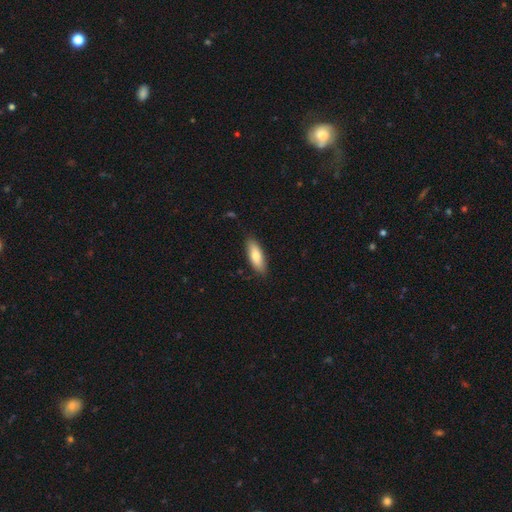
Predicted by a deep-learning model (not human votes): Morphology: type=smooth (76%); roundness=in between (64%); merging=none (86%).